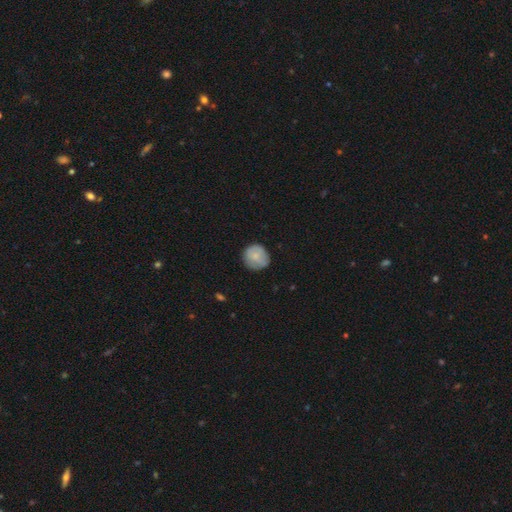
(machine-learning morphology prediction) A smooth galaxy with no disk features (76%) that is round (90%). Merging: none (77%).